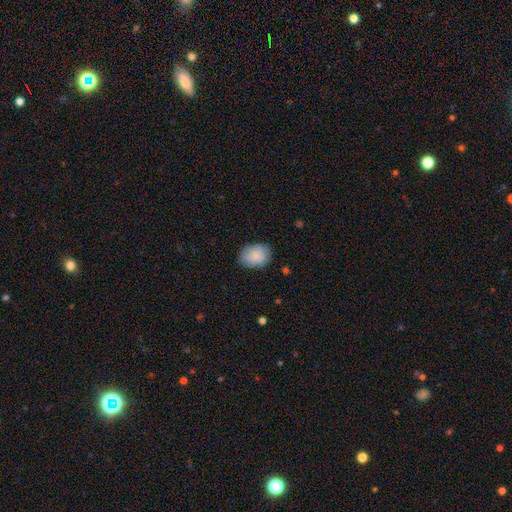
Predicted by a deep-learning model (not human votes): Smooth or featured?
  - smooth: 86% *
  - featured or disk: 8%
  - star or artifact: 6%
How rounded?
  - in between: 70% *
  - round: 29%
  - cigar-shaped: 1%
Merging?
  - none: 80% *
  - minor disturbance: 15%
  - major disturbance: 3%
  - merger: 1%